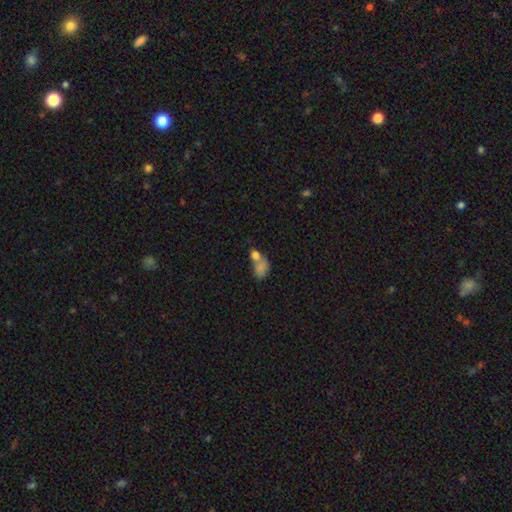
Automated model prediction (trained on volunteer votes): smooth-or-featured: smooth: 76% | featured or disk: 13% | star or artifact: 10%
  how-rounded: in between: 66% | round: 32% | cigar-shaped: 2%
  merging: merger: 61% | none: 23% | minor disturbance: 9% | major disturbance: 7%